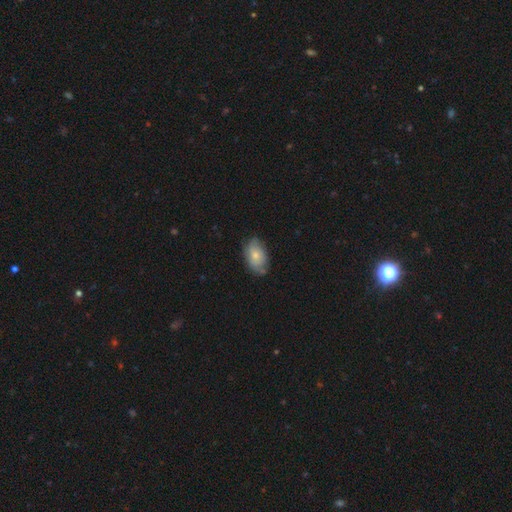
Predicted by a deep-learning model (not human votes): This is likely a smooth galaxy (72%). How rounded: clearly in between (90%). Merging: likely none (68%).